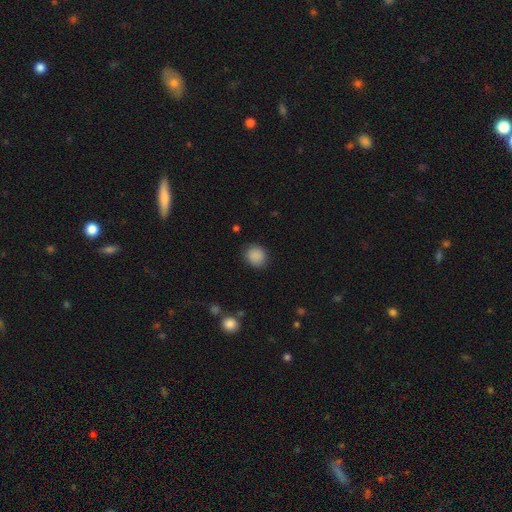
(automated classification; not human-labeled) smooth_or_featured: smooth (p=0.88) [alt: star or artifact p=0.08]
how_rounded: round (p=0.74) [alt: in between p=0.25]
merging: none (p=0.85) [alt: minor disturbance p=0.11]